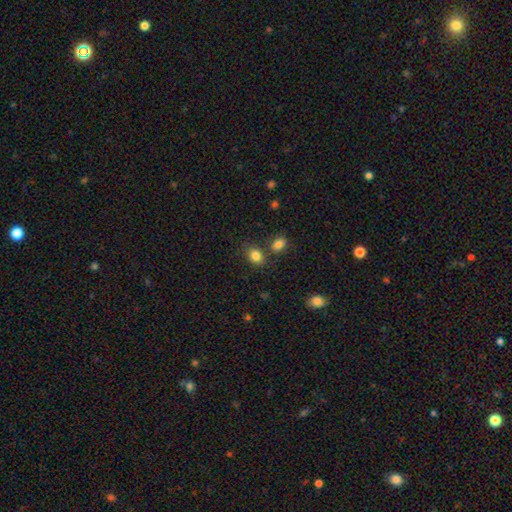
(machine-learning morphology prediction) Overall: smooth (84%). How rounded: in between (64%; round 35%). Merging: none (70%).